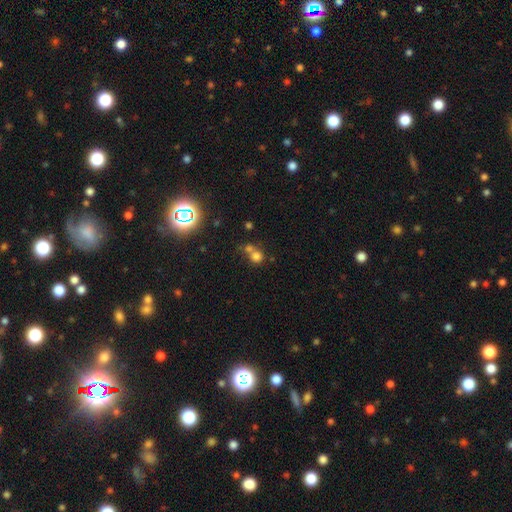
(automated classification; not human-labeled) smooth 72%, star or artifact 18%, featured or disk 10%. Down the decision tree: how rounded — round (84%); merging — merger (45%).